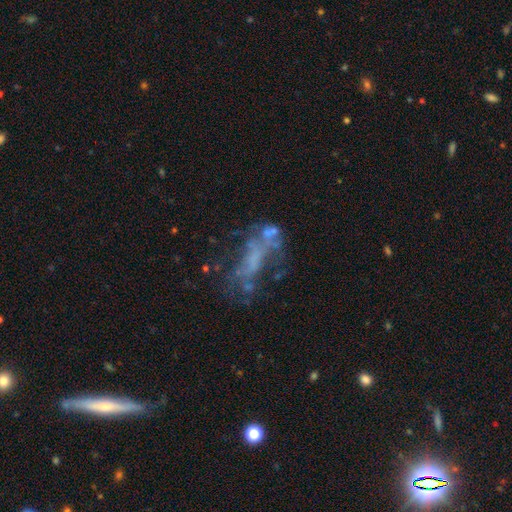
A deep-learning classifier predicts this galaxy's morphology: smooth_or_featured: featured or disk (p=0.57) [alt: star or artifact p=0.22]
disk_edge_on: no (p=0.91) [alt: yes p=0.09]
bar: no (p=0.81) [alt: weak p=0.13]
has_spiral_arms: no (p=0.82) [alt: yes p=0.18]
bulge_size: none (p=0.72) [alt: small p=0.15]
merging: none (p=0.38) [alt: major disturbance p=0.29]